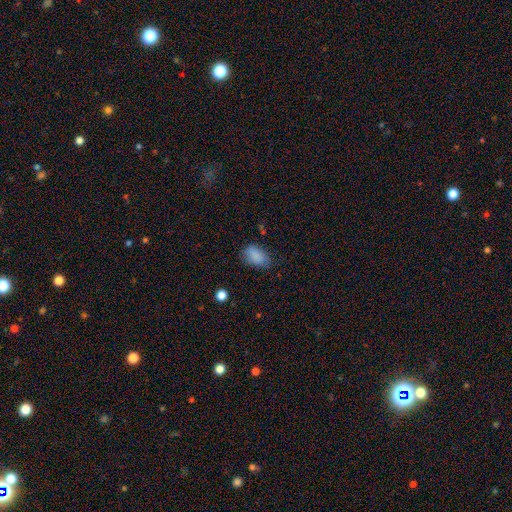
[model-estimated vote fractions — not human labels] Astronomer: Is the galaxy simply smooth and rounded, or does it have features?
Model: smooth — 86%.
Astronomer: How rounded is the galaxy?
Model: in between — 86%.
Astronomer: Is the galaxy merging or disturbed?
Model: none — 67%.